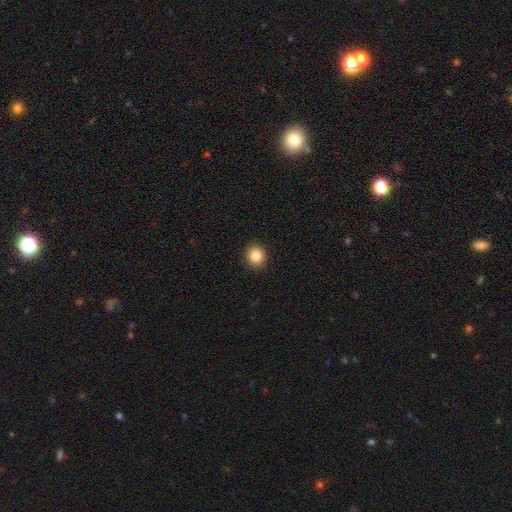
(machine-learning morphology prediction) A smooth galaxy with no disk features (86%) that is round (82%). Merging: none (91%).